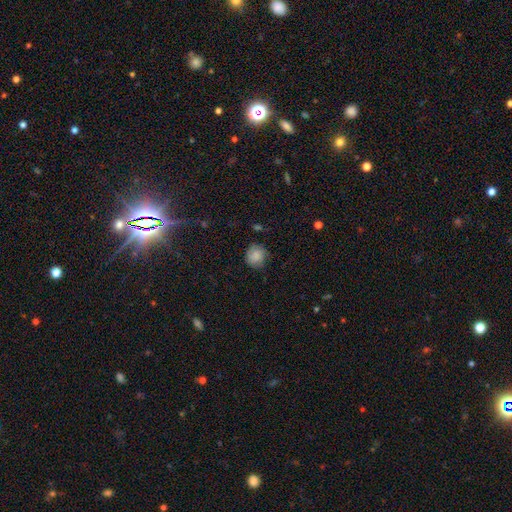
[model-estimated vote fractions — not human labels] Smooth or featured? smooth (79%)
How rounded? round (84%)
Merging? none (73%)